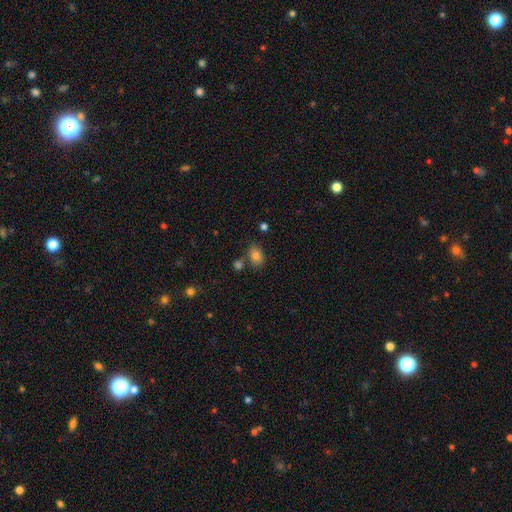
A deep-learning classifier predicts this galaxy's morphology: Smooth or featured? Predicted: smooth (p=0.82). How rounded? Predicted: in between (p=0.74). Merging? Predicted: none (p=0.68).